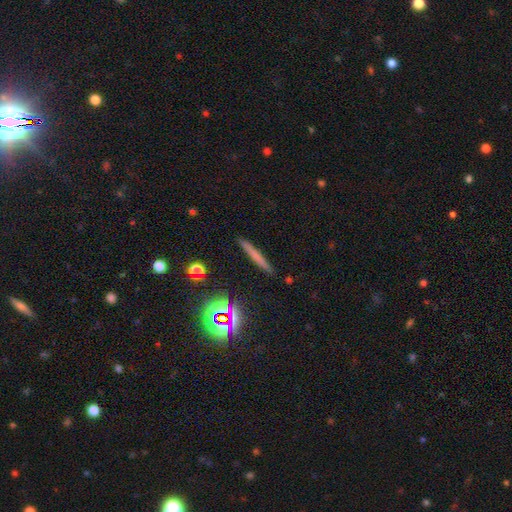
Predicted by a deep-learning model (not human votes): Smooth or featured? Predicted: smooth (p=0.56). How rounded? Predicted: cigar-shaped (p=0.94). Merging? Predicted: none (p=0.89).